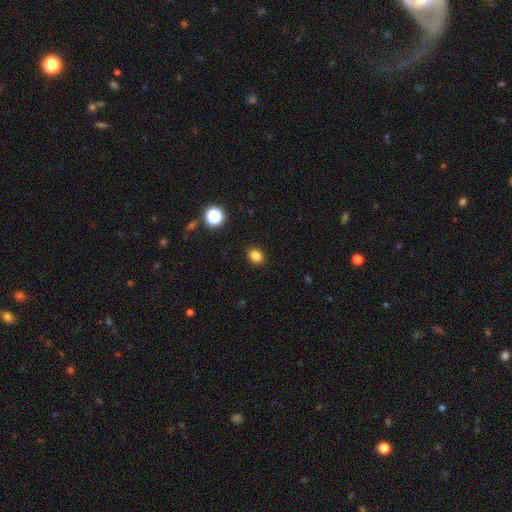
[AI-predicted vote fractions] Q: Smooth or featured?
A: smooth (83%); runner-up: star or artifact (13%)
Q: How rounded?
A: round (60%); runner-up: in between (39%)
Q: Merging?
A: none (89%); runner-up: minor disturbance (7%)